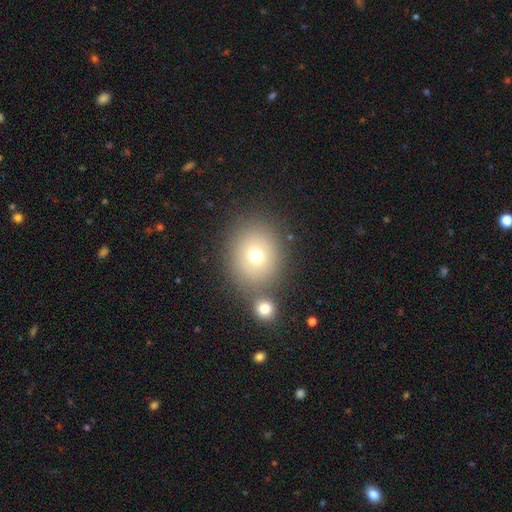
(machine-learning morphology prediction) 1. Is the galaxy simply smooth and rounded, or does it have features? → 69% smooth, 16% star or artifact, 15% featured or disk.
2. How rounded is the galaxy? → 75% round, 24% in between, 1% cigar-shaped.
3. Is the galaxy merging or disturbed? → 72% none, 16% merger, 9% minor disturbance, 3% major disturbance.